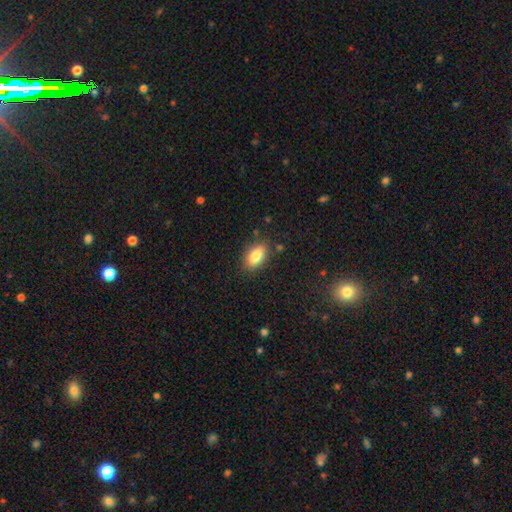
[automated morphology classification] A smooth galaxy with no disk features (84%) that is in between round and cigar-shaped (90%). Merging: none (84%).